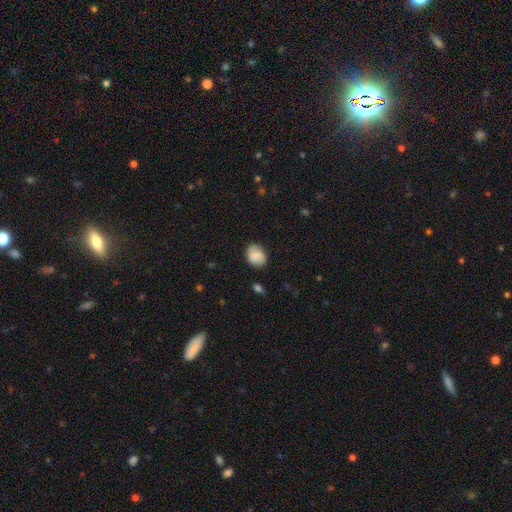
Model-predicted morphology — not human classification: Smooth or featured: smooth — 76% (featured or disk — 16%)
How rounded: in between — 51% (round — 48%)
Merging: none — 77% (minor disturbance — 17%)